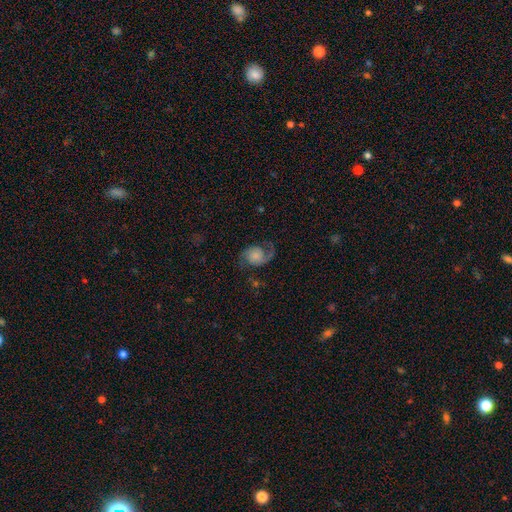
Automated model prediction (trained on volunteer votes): Smooth or featured? featured or disk (82%)
Edge-on disk? no (98%)
Bar? no (74%)
Spiral arms? yes (97%)
Spiral winding? medium (46%)
Spiral arm count? 2 (88%)
Bulge size? small (38%)
Merging? none (71%)